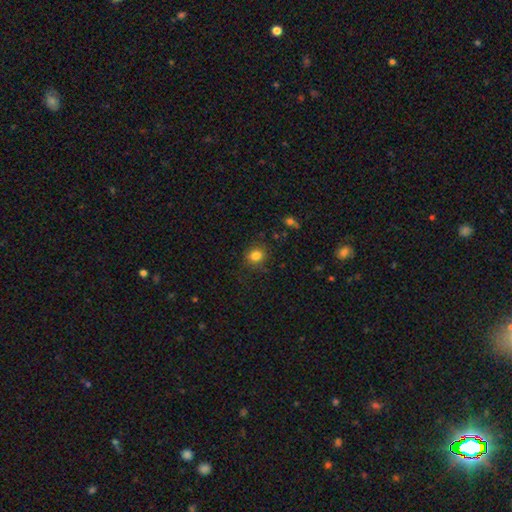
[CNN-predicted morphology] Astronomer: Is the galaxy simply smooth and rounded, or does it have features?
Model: smooth — 83%.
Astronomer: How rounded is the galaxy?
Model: round — 73%.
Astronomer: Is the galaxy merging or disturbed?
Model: none — 83%.